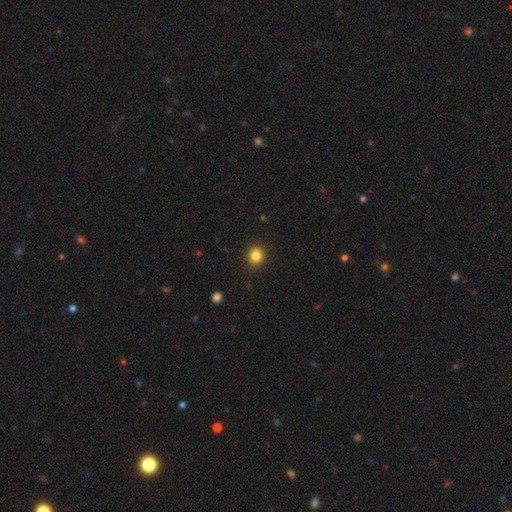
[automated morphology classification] Overall: smooth (84%). How rounded: round (87%). Merging: none (91%).